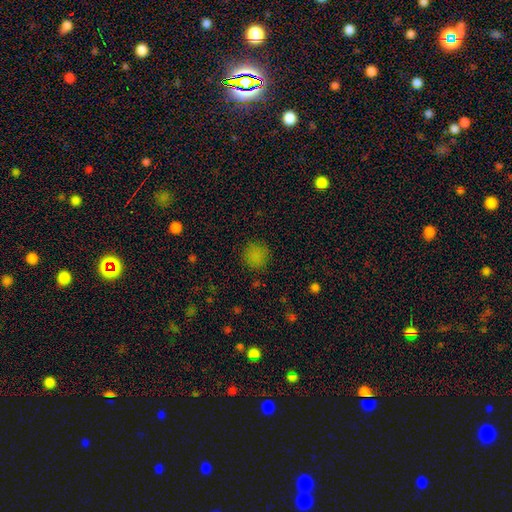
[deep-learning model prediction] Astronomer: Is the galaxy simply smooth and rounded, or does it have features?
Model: smooth — 79%.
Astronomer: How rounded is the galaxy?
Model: round — 90%.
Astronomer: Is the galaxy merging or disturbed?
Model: none — 84%.